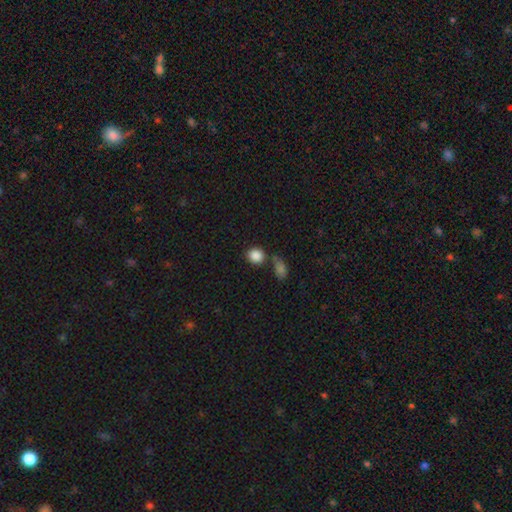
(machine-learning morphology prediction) A smooth galaxy with no disk features (87%) that is round (76%). Merging: none (66%).